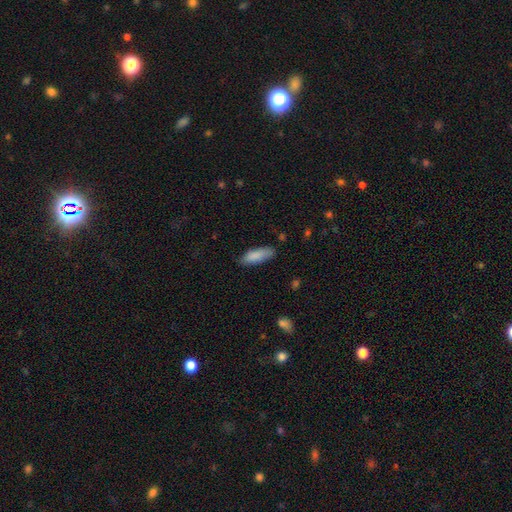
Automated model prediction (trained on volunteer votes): smooth-or-featured: smooth: 87% | featured or disk: 7% | star or artifact: 6%
  how-rounded: in between: 60% | cigar-shaped: 39% | round: 2%
  merging: none: 78% | minor disturbance: 17% | major disturbance: 3% | merger: 2%